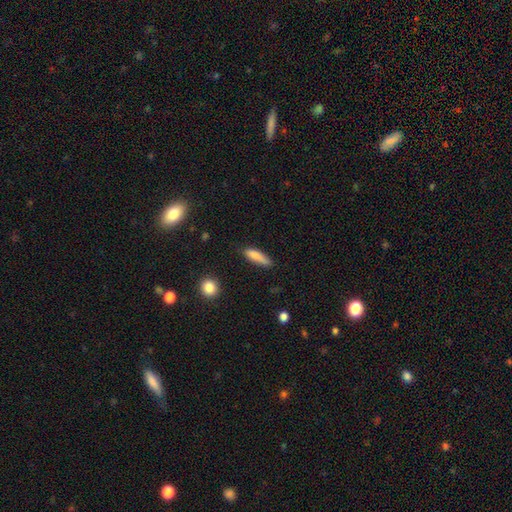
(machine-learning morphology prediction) smooth_or_featured: smooth (p=0.82) [alt: featured or disk p=0.11]
how_rounded: cigar-shaped (p=0.65) [alt: in between p=0.33]
merging: none (p=0.69) [alt: minor disturbance p=0.24]